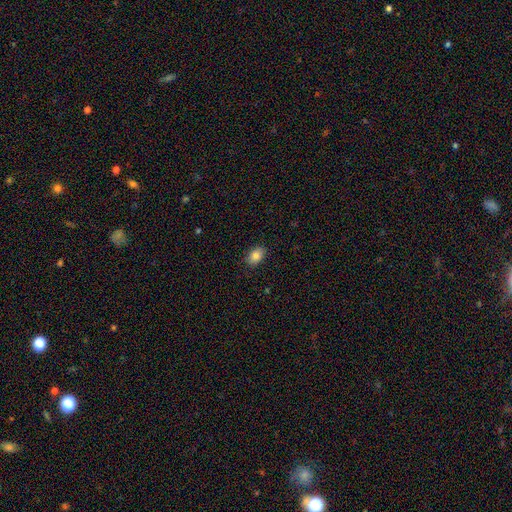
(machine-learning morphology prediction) smooth-or-featured: smooth: 85% | star or artifact: 8% | featured or disk: 7%
  how-rounded: in between: 83% | round: 16% | cigar-shaped: 1%
  merging: none: 86% | minor disturbance: 11% | major disturbance: 2% | merger: 1%